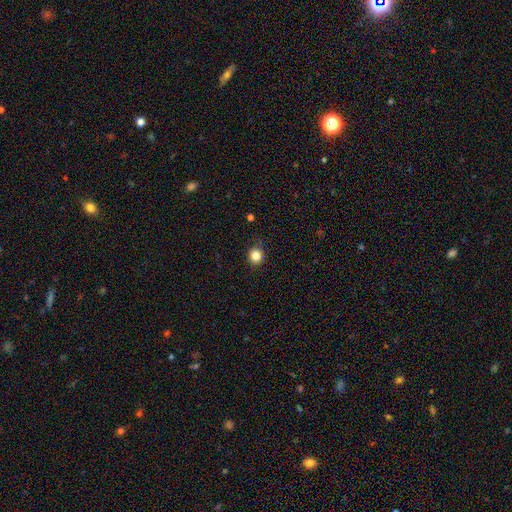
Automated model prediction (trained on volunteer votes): Smooth or featured? Predicted: smooth (p=0.83). How rounded? Predicted: round (p=0.86). Merging? Predicted: none (p=0.82).